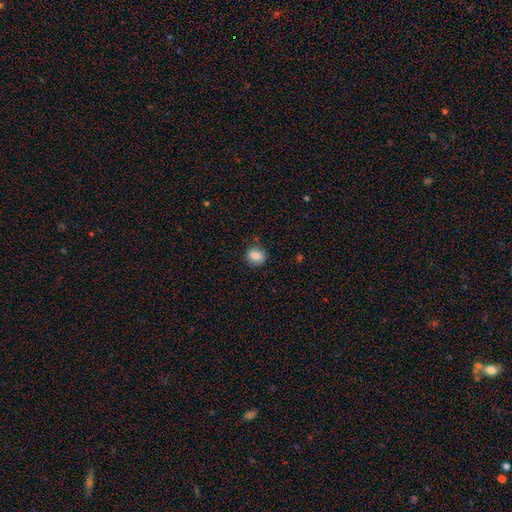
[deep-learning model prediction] A smooth galaxy with no disk features (84%) that is round (57%). Merging: none (78%).